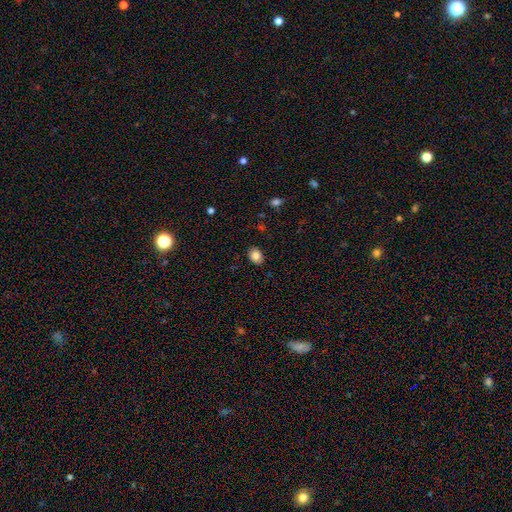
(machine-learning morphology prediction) smooth 84%, star or artifact 9%, featured or disk 7%. Down the decision tree: how rounded — in between (70%); merging — none (88%).